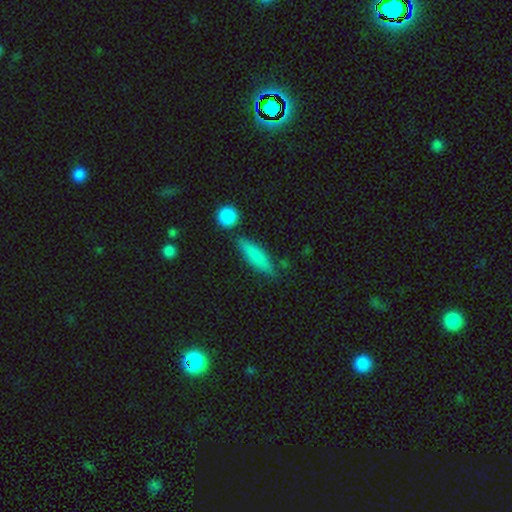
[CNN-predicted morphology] Q: Smooth or featured?
A: smooth (79%); runner-up: featured or disk (14%)
Q: How rounded?
A: cigar-shaped (69%); runner-up: in between (28%)
Q: Merging?
A: none (76%); runner-up: minor disturbance (15%)